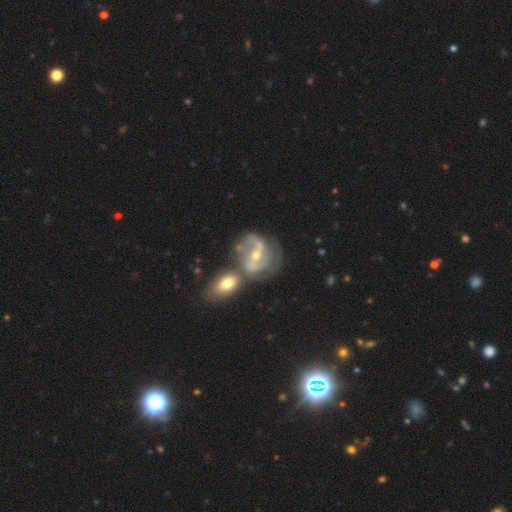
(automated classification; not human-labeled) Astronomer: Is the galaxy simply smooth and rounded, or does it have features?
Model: featured or disk — 81%.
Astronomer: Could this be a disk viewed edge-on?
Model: no — 97%.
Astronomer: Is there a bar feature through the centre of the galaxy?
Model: weak — 43% (runner-up: strong, 31%).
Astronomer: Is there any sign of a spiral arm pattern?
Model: yes — 89%.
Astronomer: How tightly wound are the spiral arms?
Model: medium — 47% (runner-up: tight, 26%).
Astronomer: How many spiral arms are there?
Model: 2 — 69%.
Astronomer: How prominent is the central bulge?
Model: moderate — 50% (runner-up: small, 45%).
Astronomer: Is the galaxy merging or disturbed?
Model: none — 39% (runner-up: merger, 38%).